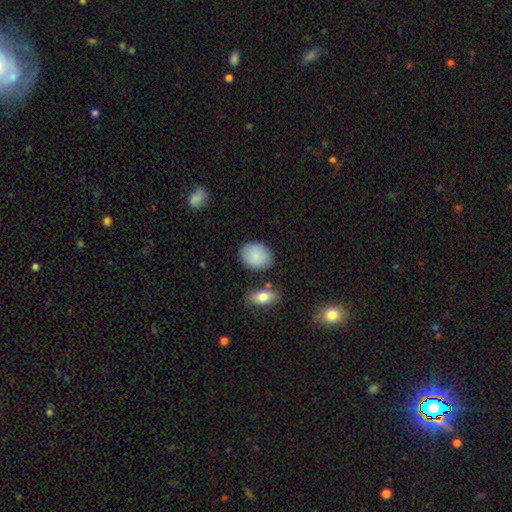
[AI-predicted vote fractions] smooth_or_featured: smooth (p=0.88) [alt: star or artifact p=0.06]
how_rounded: in between (p=0.63) [alt: round p=0.36]
merging: none (p=0.79) [alt: minor disturbance p=0.14]